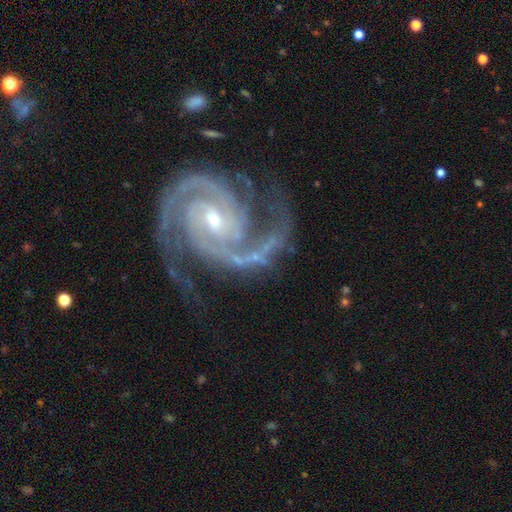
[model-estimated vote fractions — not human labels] smooth_or_featured: featured or disk (p=0.93) [alt: star or artifact p=0.04]
disk_edge_on: no (p=0.98) [alt: yes p=0.02]
bar: weak (p=0.42) [tied with: no p=0.42]
has_spiral_arms: yes (p=0.99) [alt: no p=0.01]
spiral_winding: medium (p=0.46) [alt: tight p=0.45]
spiral_arm_count: 2 (p=0.58) [alt: 3 p=0.18]
bulge_size: small (p=0.56) [alt: moderate p=0.39]
merging: none (p=0.69) [alt: minor disturbance p=0.17]